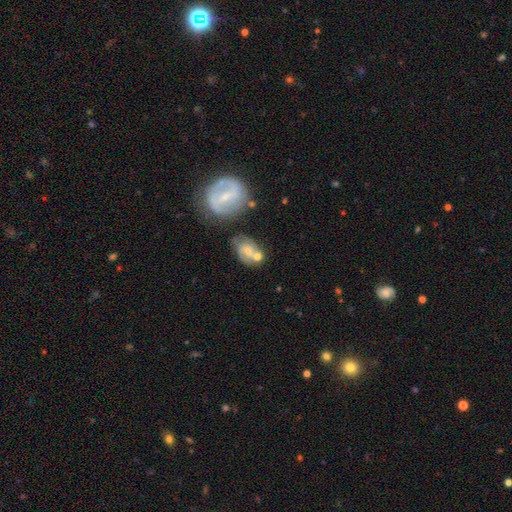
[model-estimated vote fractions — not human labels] A featured or disk galaxy (60%) with no bar (43%), spiral arms (76%) and a small central bulge (54%).

Vote fractions:
- Smooth or featured? featured or disk: 60% / smooth: 30% / star or artifact: 10%
- Edge-on disk? no: 96% / yes: 4%
- Bar? no: 43% / weak: 41% / strong: 16%
- Spiral arms? yes: 76% / no: 24%
- Bulge size? small: 54% / moderate: 35% / none: 7% / large: 3% / dominant: 1%
- Merging? none: 47% / merger: 28% / minor disturbance: 16% / major disturbance: 8%